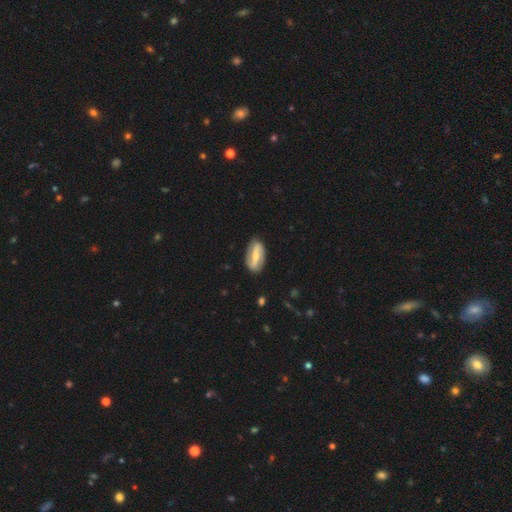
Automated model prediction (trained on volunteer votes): A featured or disk galaxy (73%) with a strong bar (58%), 2 (88%) loose (47%) spiral arms (82%) and a moderate central bulge (46%). Merging: none (85%).